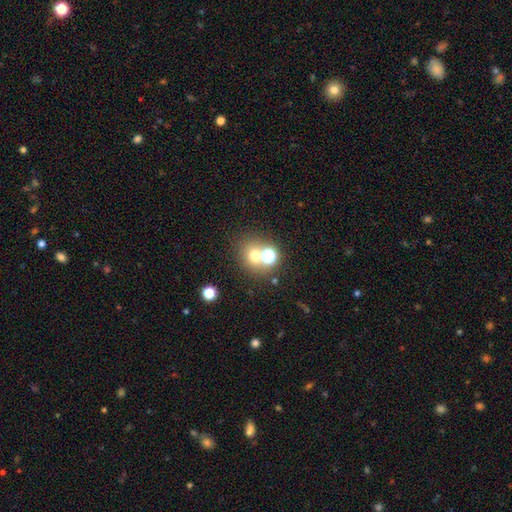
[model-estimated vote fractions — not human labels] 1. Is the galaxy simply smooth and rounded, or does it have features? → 66% smooth, 22% star or artifact, 12% featured or disk.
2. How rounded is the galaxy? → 77% round, 22% in between, 1% cigar-shaped.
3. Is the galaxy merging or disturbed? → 57% none, 31% merger, 8% minor disturbance, 4% major disturbance.